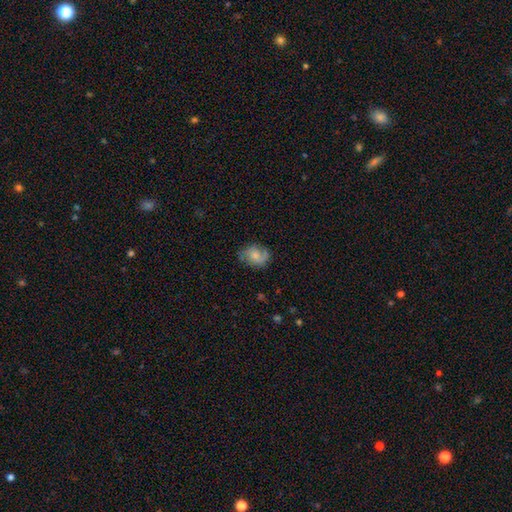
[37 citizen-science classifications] Smooth or featured: featured or disk — 54% (smooth — 41%)
Edge-on disk: no — 100%
Bar: no — 75% (weak — 20%)
Spiral arms: yes — 95% (no — 5%)
Spiral winding: medium — 53% (tight — 37%)
Spiral arm count: 2 — 84% (1 — 11%)
Bulge size: moderate — 60% (small — 35%)
Merging: none — 69% (minor disturbance — 20%)